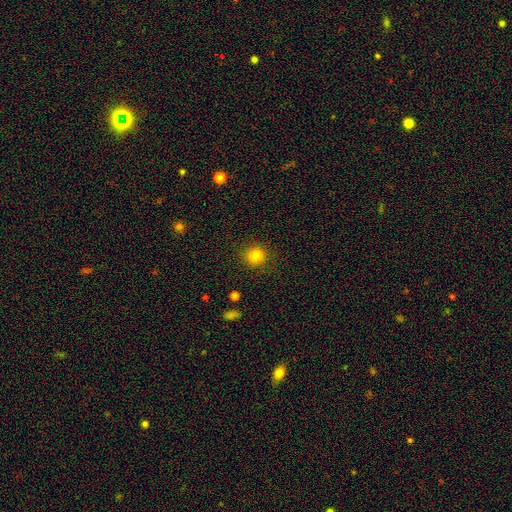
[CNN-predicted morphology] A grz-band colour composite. It shows a smooth galaxy with no disk features (82%) that is round (91%). Merging: none (89%).